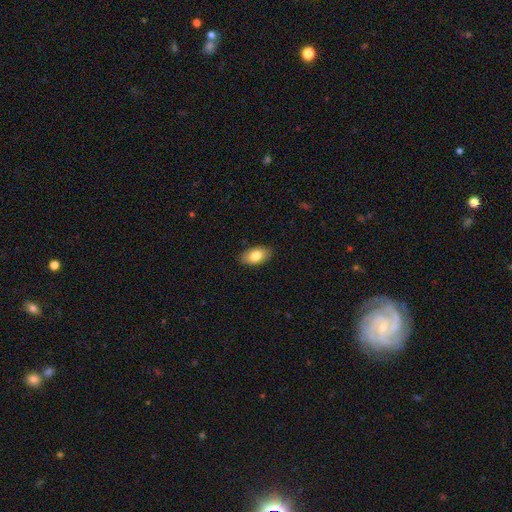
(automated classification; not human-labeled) The model was most divided on "smooth or featured": smooth: 82%, featured or disk: 11%, star or artifact: 7%. More confident: how rounded — in between (93%); merging — none (88%).